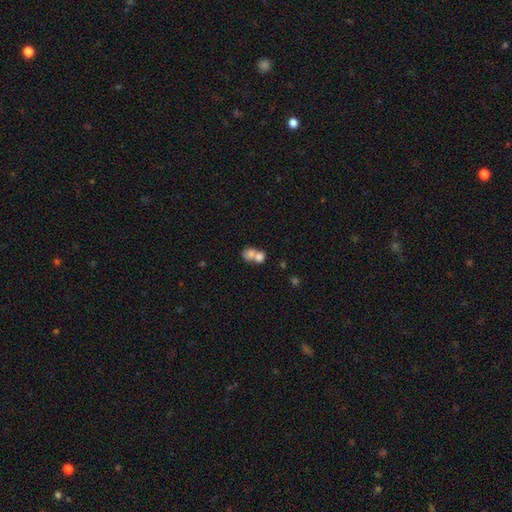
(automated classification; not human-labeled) A smooth galaxy with no disk features (76%) that is round (54%).

Vote fractions:
- Smooth or featured? smooth: 76% / featured or disk: 16% / star or artifact: 9%
- How rounded? round: 54% / in between: 45% / cigar-shaped: 1%
- Merging? merger: 70% / none: 21% / minor disturbance: 6% / major disturbance: 3%